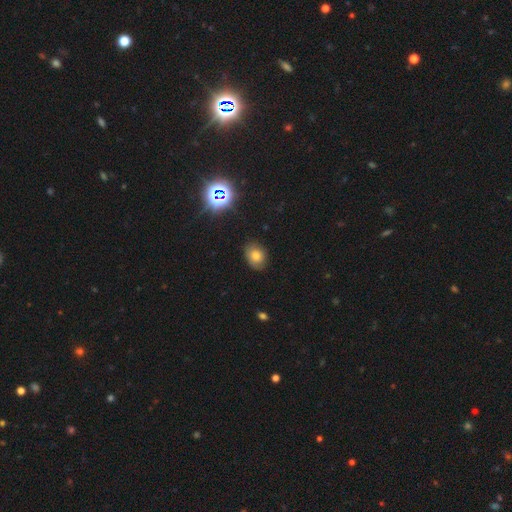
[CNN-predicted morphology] Smooth or featured? Predicted: smooth (p=0.72). How rounded? Predicted: in between (p=0.56). Merging? Predicted: none (p=0.80).